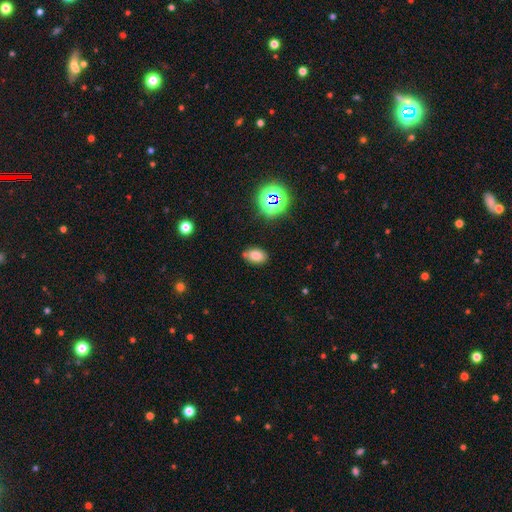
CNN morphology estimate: smooth 75%, star or artifact 16%, featured or disk 9%. Down the decision tree: how rounded — in between (86%); merging — none (78%).